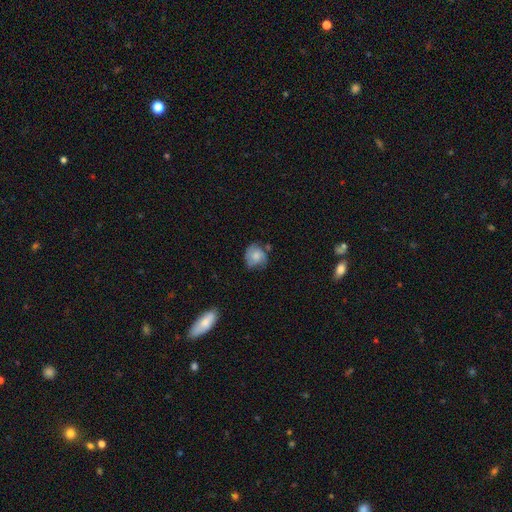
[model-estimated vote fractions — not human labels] Smooth or featured?
  - smooth: 63% *
  - featured or disk: 28%
  - star or artifact: 8%
How rounded?
  - round: 72% *
  - in between: 27%
  - cigar-shaped: 1%
Merging?
  - none: 52% *
  - minor disturbance: 31%
  - major disturbance: 12%
  - merger: 5%